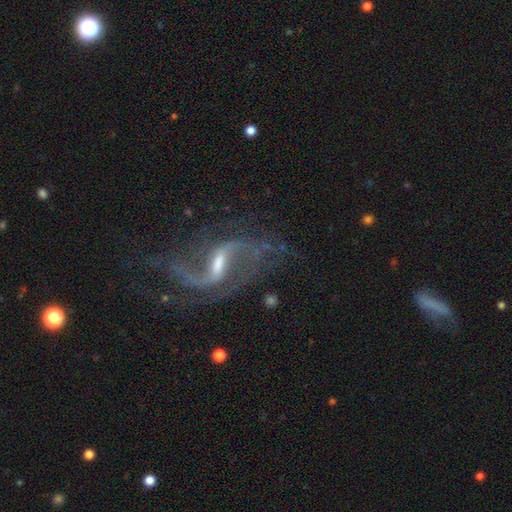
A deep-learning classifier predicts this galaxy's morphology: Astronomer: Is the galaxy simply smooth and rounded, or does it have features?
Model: featured or disk — 90%.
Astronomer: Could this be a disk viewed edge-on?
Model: no — 97%.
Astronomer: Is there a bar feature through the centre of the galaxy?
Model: weak — 49% (runner-up: strong, 40%).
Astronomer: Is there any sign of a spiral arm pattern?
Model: yes — 96%.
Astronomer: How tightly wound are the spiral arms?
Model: loose — 70%.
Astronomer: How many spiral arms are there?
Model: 2 — 89%.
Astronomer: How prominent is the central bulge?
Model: small — 45% (runner-up: moderate, 40%).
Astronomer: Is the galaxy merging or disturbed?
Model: none — 59%.